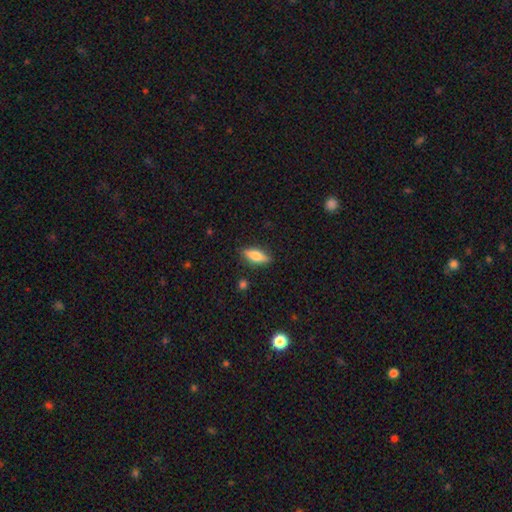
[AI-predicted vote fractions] Q: Smooth or featured?
A: smooth (70%); runner-up: featured or disk (23%)
Q: How rounded?
A: in between (62%); runner-up: cigar-shaped (35%)
Q: Merging?
A: none (84%); runner-up: minor disturbance (12%)